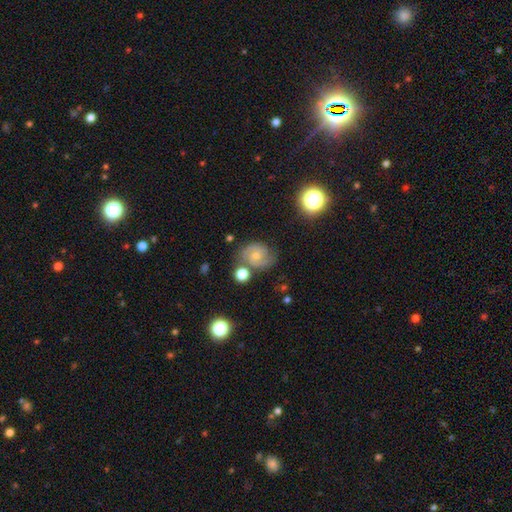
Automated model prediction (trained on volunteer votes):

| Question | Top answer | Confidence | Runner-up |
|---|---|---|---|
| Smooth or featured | featured or disk | 75% | smooth (16%) |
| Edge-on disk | no | 98% | yes (2%) |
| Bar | no | 68% | weak (27%) |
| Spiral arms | yes | 95% | no (5%) |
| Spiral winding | medium | 48% | tight (41%) |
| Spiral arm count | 2 | 80% | can't tell (7%) |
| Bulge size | small | 53% | moderate (41%) |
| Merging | none | 68% | minor disturbance (18%) |